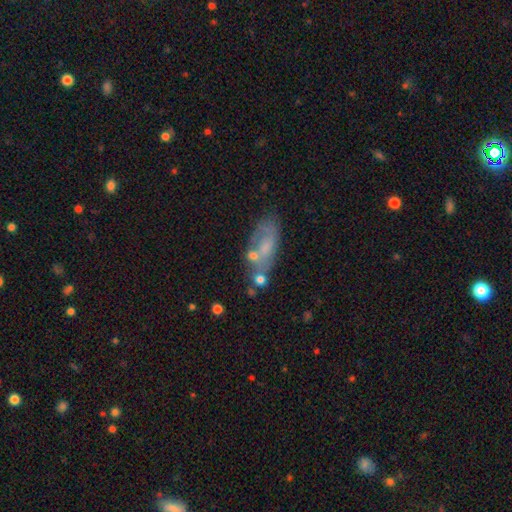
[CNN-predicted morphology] This appears to be a smooth galaxy with no disk features (45%). Merging: none (48%).